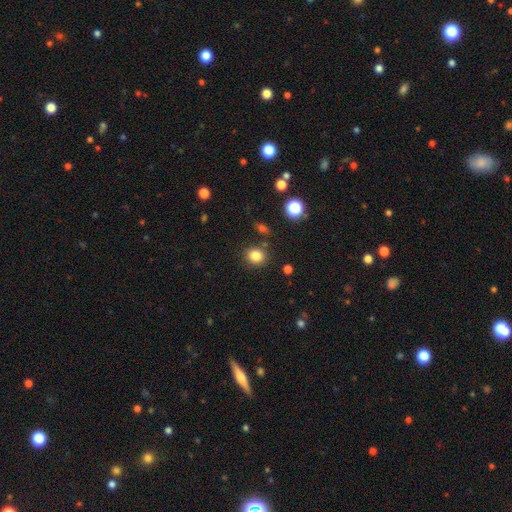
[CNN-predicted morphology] Smooth or featured? smooth (83%)
How rounded? round (77%)
Merging? none (83%)